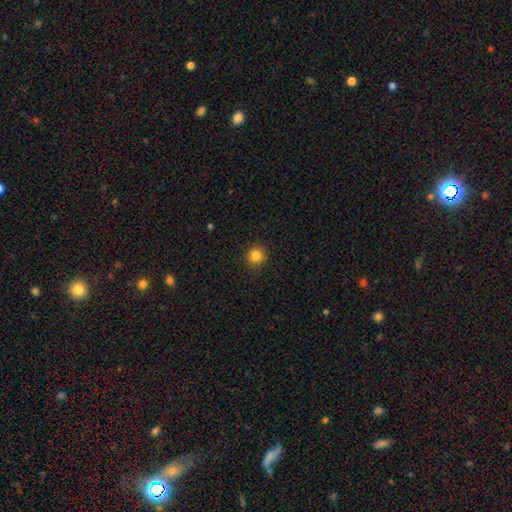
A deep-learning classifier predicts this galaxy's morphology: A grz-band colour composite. It shows a smooth galaxy with no disk features (84%) that is round (91%). Merging: none (91%).